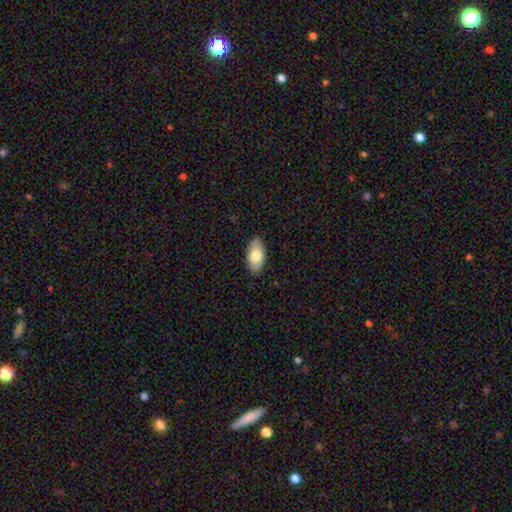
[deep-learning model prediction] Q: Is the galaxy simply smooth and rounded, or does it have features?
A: smooth — 77%.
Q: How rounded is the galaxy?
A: in between — 95%.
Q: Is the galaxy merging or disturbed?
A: none — 86%.